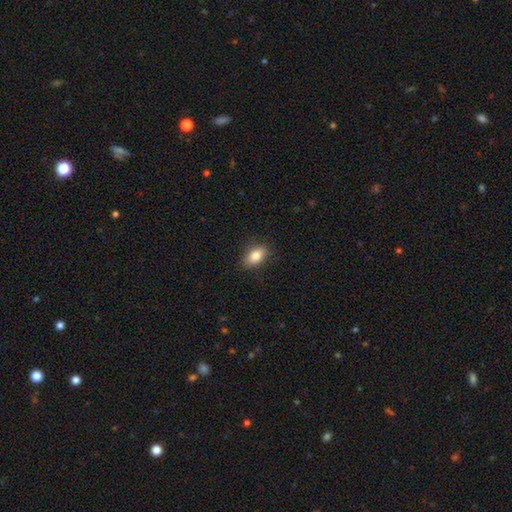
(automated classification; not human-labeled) Smooth or featured? smooth (83%)
How rounded? in between (87%)
Merging? none (85%)